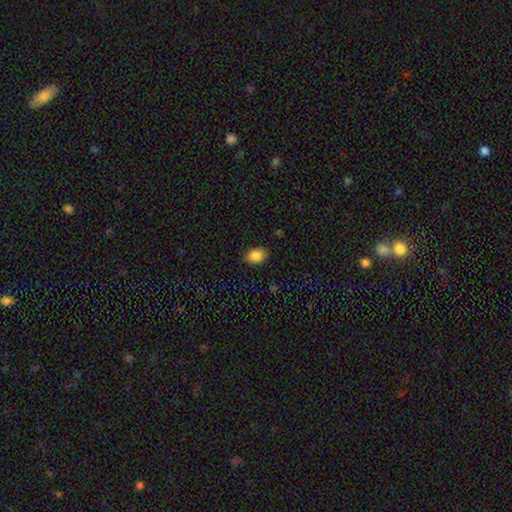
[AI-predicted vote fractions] This appears to be a smooth galaxy with no disk features (87%) that is in between round and cigar-shaped (75%). Merging: none (88%).